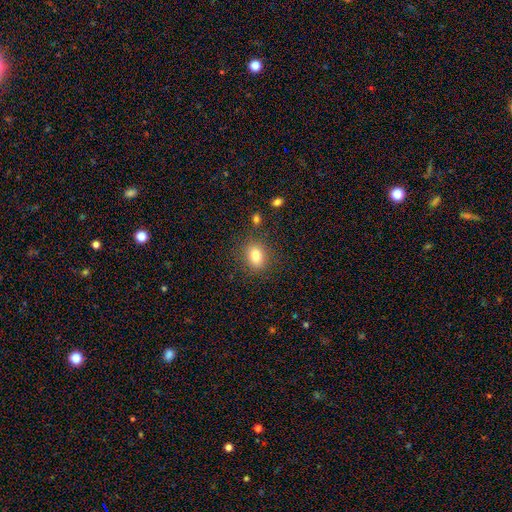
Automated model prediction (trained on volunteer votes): A smooth galaxy with no disk features (81%) that is in between round and cigar-shaped (61%). Merging: none (84%).